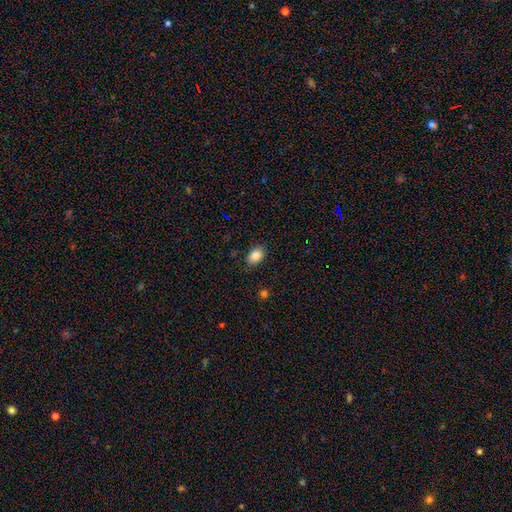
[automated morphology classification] smooth_or_featured: smooth (p=0.86) [alt: star or artifact p=0.08]
how_rounded: in between (p=0.85) [alt: round p=0.14]
merging: none (p=0.84) [alt: minor disturbance p=0.12]